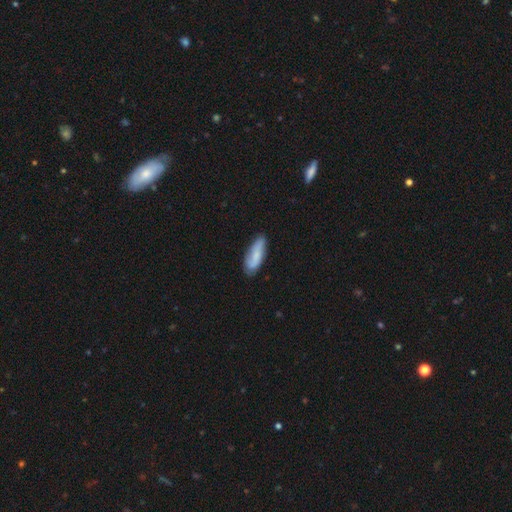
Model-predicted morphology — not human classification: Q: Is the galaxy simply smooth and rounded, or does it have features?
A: smooth — 66%.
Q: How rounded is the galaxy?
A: in between — 63%.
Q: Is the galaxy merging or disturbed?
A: none — 74%.